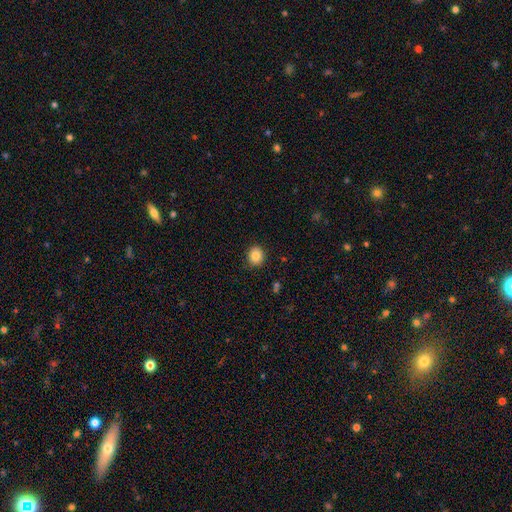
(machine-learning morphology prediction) Smooth or featured?
  - smooth: 85% *
  - star or artifact: 10%
  - featured or disk: 5%
How rounded?
  - round: 80% *
  - in between: 19%
  - cigar-shaped: 1%
Merging?
  - none: 89% *
  - minor disturbance: 8%
  - major disturbance: 2%
  - merger: 1%